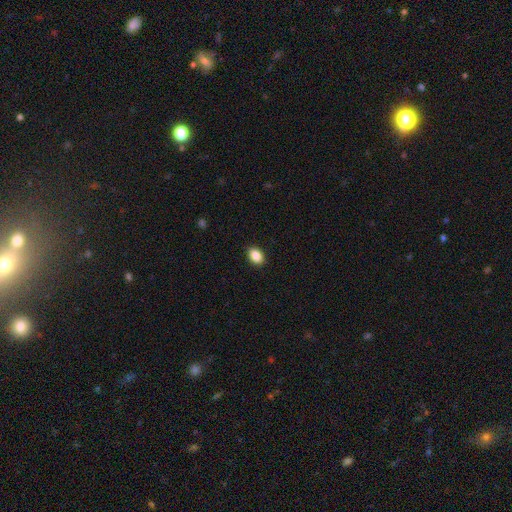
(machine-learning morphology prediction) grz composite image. It shows a smooth galaxy with no disk features (88%) that is in between round and cigar-shaped (80%). Merging: none (90%).